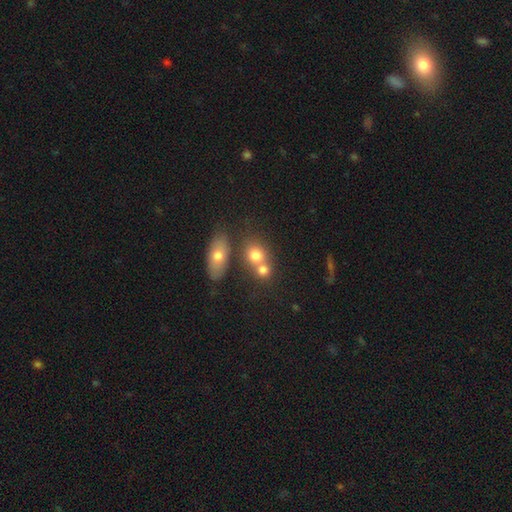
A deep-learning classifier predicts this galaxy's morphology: Smooth or featured? smooth (75%)
How rounded? round (57%)
Merging? merger (50%)